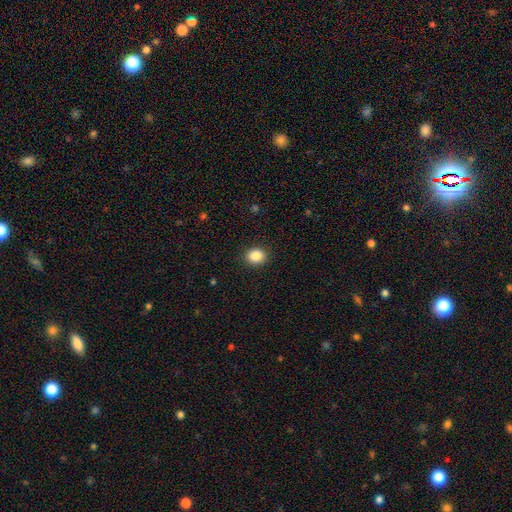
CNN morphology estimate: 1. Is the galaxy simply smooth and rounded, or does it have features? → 88% smooth, 9% star or artifact, 3% featured or disk.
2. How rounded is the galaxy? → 60% round, 39% in between, 1% cigar-shaped.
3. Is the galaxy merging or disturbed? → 89% none, 7% minor disturbance, 2% major disturbance, 1% merger.